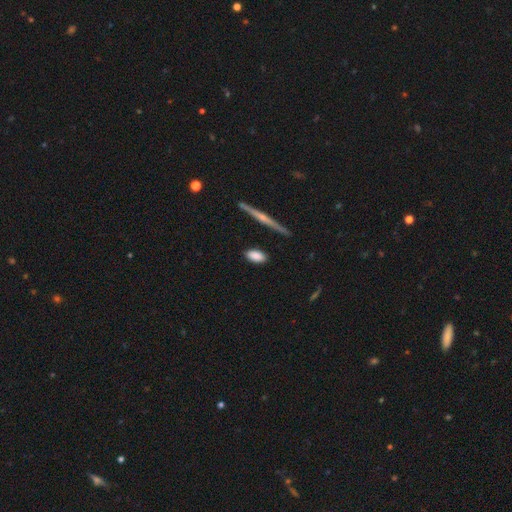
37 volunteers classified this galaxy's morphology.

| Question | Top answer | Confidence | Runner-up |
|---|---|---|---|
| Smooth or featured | smooth | 84% | featured or disk (14%) |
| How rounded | in between | 94% | round (3%) |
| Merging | none | 92% | minor disturbance (6%) |